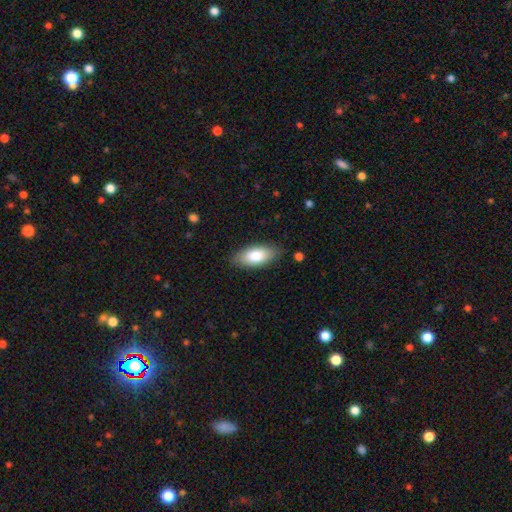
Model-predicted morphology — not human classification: A smooth galaxy with no disk features (81%) that is in between round and cigar-shaped (89%). Merging: none (84%).